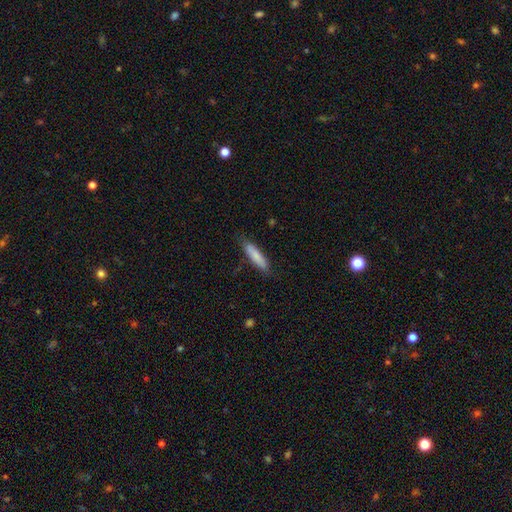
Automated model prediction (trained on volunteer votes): Q: Smooth or featured?
A: smooth (81%); runner-up: featured or disk (14%)
Q: How rounded?
A: cigar-shaped (77%); runner-up: in between (21%)
Q: Merging?
A: none (78%); runner-up: minor disturbance (17%)